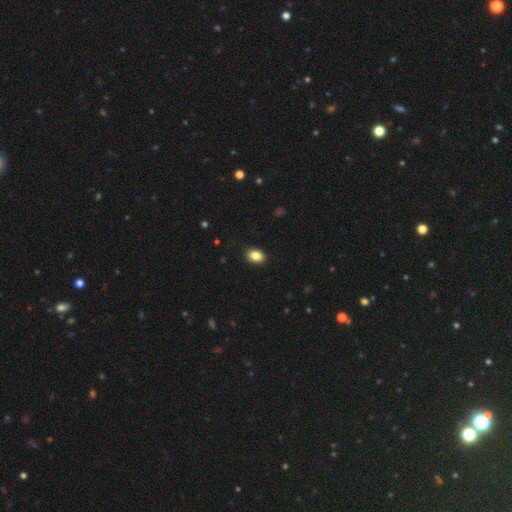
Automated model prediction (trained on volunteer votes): This is clearly a smooth galaxy (86%). How rounded: likely in between (76%). Merging: clearly none (89%).